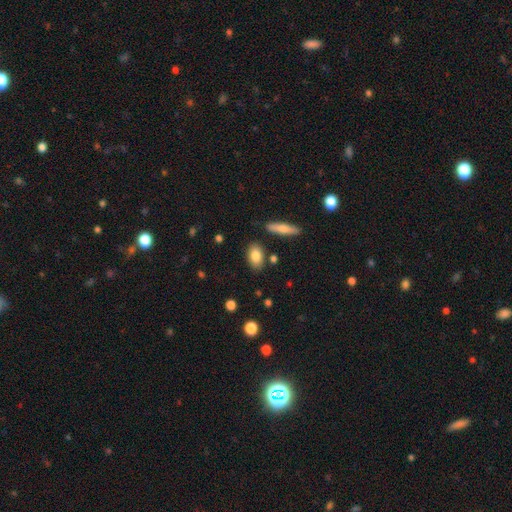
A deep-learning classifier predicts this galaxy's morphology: A smooth galaxy with no disk features (83%) that is in between round and cigar-shaped (86%). Merging: none (81%).